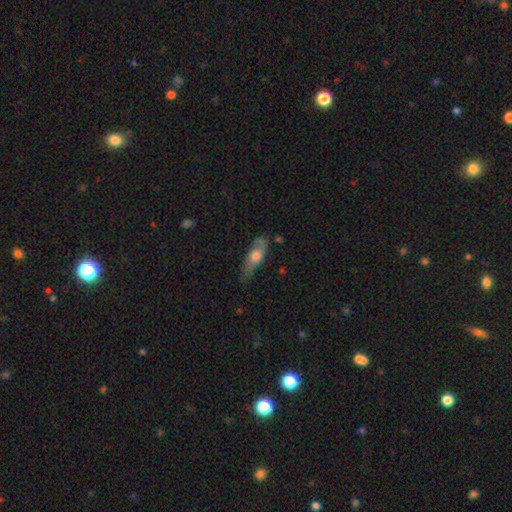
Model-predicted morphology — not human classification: Q: Smooth or featured?
A: smooth (53%); runner-up: featured or disk (41%)
Q: How rounded?
A: in between (56%); runner-up: cigar-shaped (41%)
Q: Merging?
A: none (55%); runner-up: minor disturbance (32%)